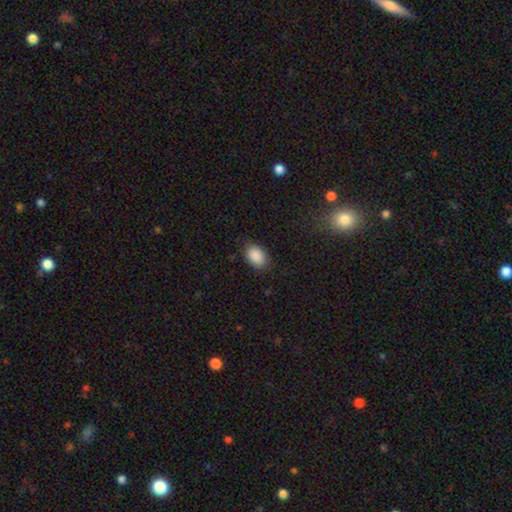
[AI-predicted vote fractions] This appears to be a smooth galaxy with no disk features (89%) that is in between round and cigar-shaped (85%). Merging: none (84%).